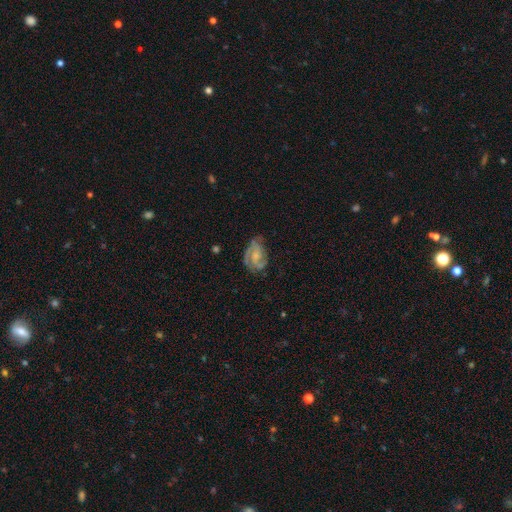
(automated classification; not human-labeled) Morphology: type=featured or disk (74%); edge-on=no (97%); bar=no (61%); spiral arms=yes (90%); winding=medium (44%); arm count=2 (57%); bulge=small (45%); merging=none (58%).